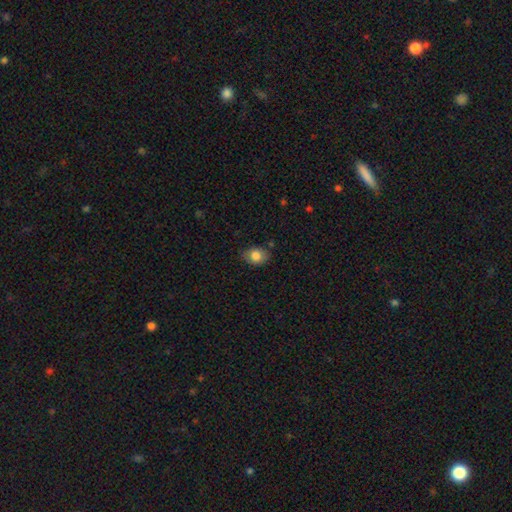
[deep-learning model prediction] Q: Smooth or featured?
A: smooth (82%); runner-up: featured or disk (9%)
Q: How rounded?
A: in between (65%); runner-up: round (34%)
Q: Merging?
A: none (71%); runner-up: minor disturbance (22%)